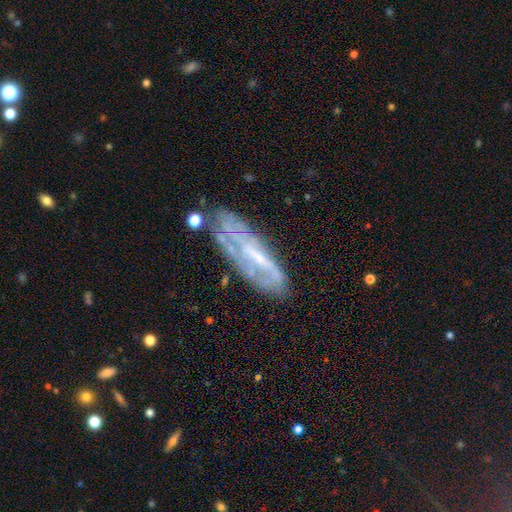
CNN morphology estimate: A featured or disk galaxy (68%) with no bar (41%), spiral arms (56%) and a small central bulge (48%). Merging: none (58%).